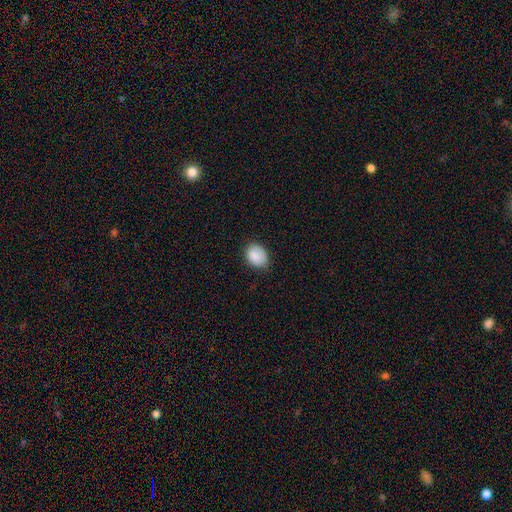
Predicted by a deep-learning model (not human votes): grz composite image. It shows a smooth galaxy with no disk features (87%) that is in between round and cigar-shaped (68%). Merging: none (72%).